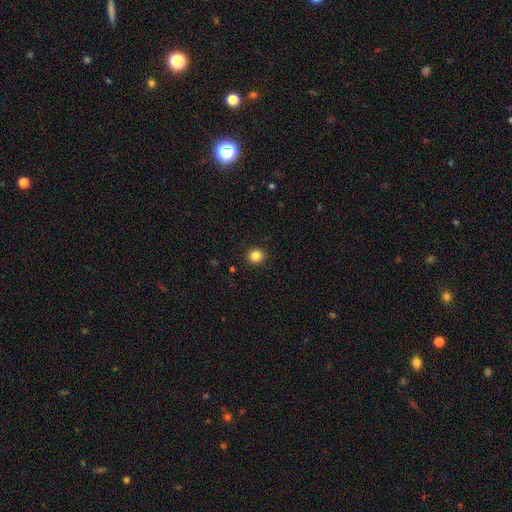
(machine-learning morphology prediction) Smooth or featured? Predicted: smooth (p=0.84). How rounded? Predicted: round (p=0.89). Merging? Predicted: none (p=0.92).